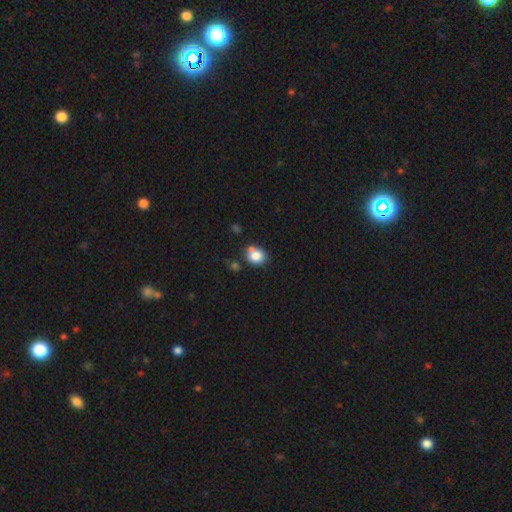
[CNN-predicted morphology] Overall: smooth (82%). How rounded: round (60%; in between 39%). Merging: none (61%).